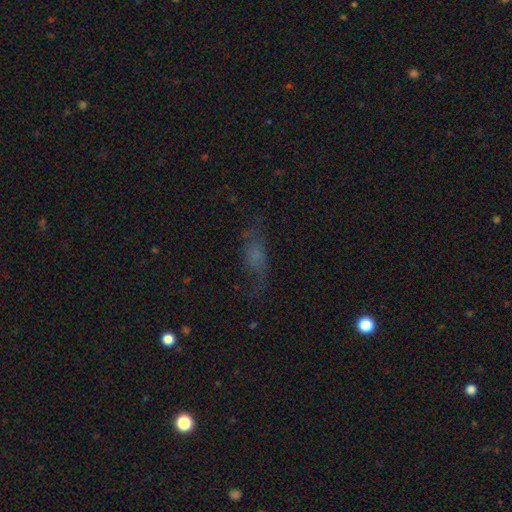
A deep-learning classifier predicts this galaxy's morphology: type=smooth (43%); merging=none (54%).